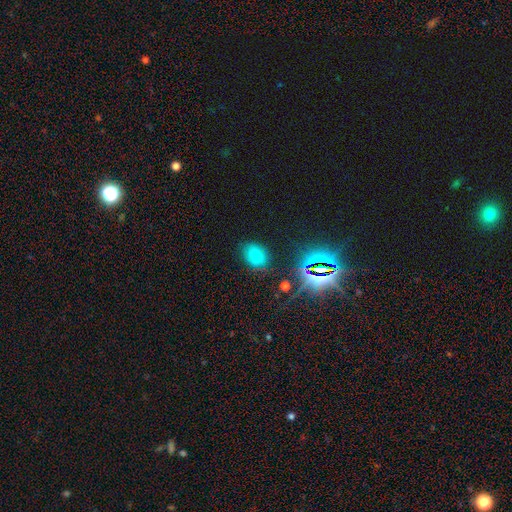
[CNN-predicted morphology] Smooth or featured?
  - smooth: 68% *
  - star or artifact: 22%
  - featured or disk: 9%
How rounded?
  - in between: 68% *
  - round: 31%
  - cigar-shaped: 1%
Merging?
  - none: 79% *
  - minor disturbance: 14%
  - major disturbance: 5%
  - merger: 2%